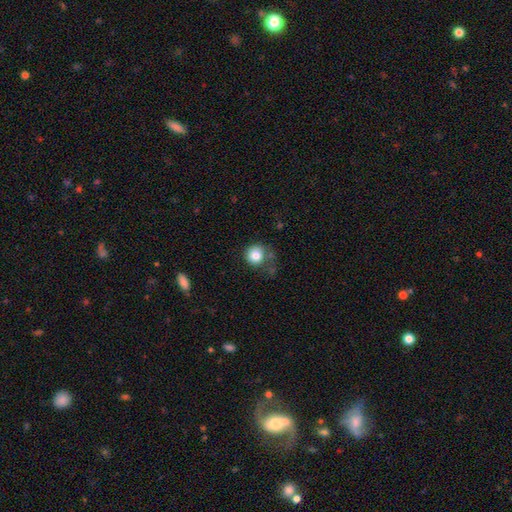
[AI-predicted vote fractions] Smooth or featured?
  - smooth: 81% *
  - star or artifact: 10%
  - featured or disk: 9%
How rounded?
  - round: 89% *
  - in between: 10%
  - cigar-shaped: 1%
Merging?
  - none: 55% *
  - minor disturbance: 24%
  - major disturbance: 14%
  - merger: 6%